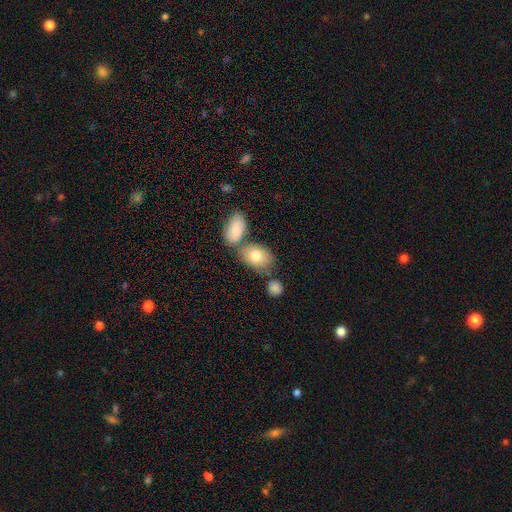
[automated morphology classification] type=smooth (77%); roundness=in between (82%); merging=none (53%).